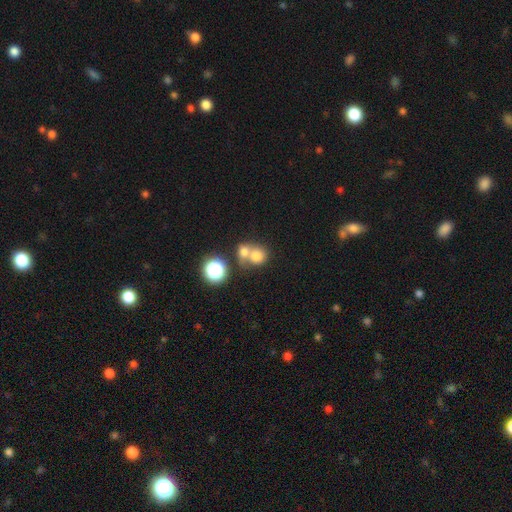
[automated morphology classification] Smooth or featured?
  - smooth: 73% *
  - star or artifact: 14%
  - featured or disk: 13%
How rounded?
  - round: 79% *
  - in between: 20%
  - cigar-shaped: 1%
Merging?
  - merger: 56% *
  - none: 34%
  - minor disturbance: 6%
  - major disturbance: 4%